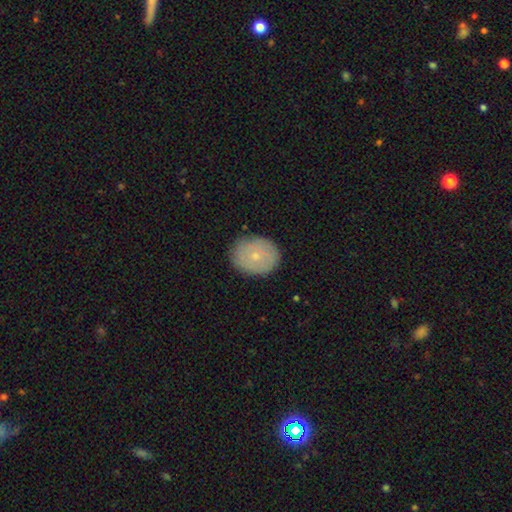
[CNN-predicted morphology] This appears to be a smooth galaxy with no disk features (64%) that is round (59%). Merging: none (85%).